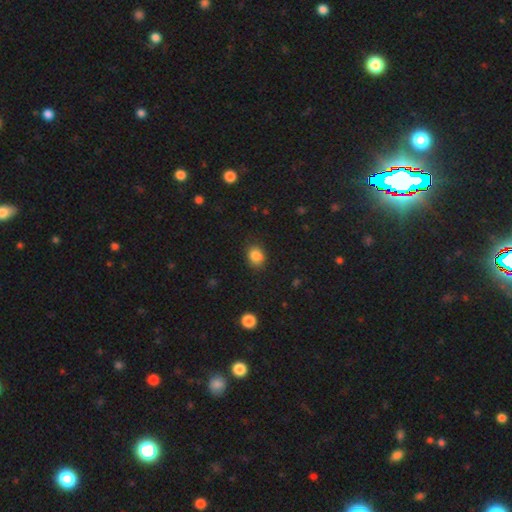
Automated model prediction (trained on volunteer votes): smooth 85%, star or artifact 10%, featured or disk 5%. Down the decision tree: how rounded — round (51%); merging — none (79%).